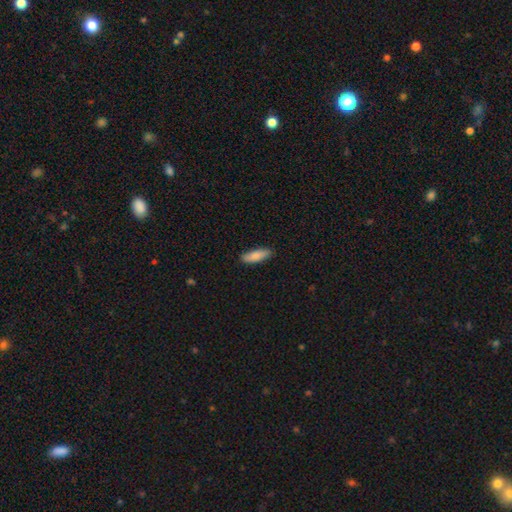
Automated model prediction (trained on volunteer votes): Smooth or featured: smooth — 86% (featured or disk — 8%)
How rounded: in between — 50% (cigar-shaped — 48%)
Merging: none — 88% (minor disturbance — 9%)